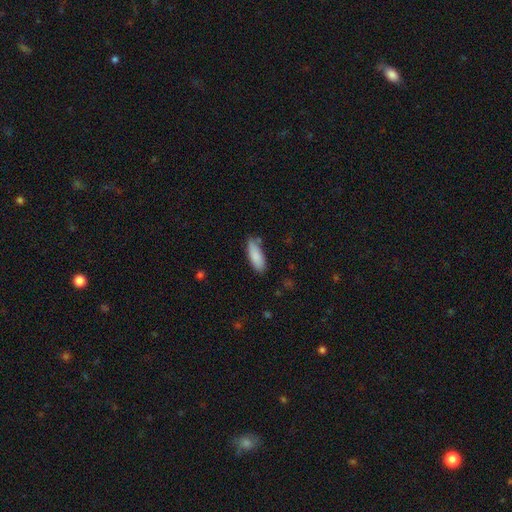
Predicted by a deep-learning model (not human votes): smooth_or_featured: smooth (p=0.87) [alt: featured or disk p=0.07]
how_rounded: in between (p=0.68) [alt: cigar-shaped p=0.31]
merging: none (p=0.77) [alt: minor disturbance p=0.16]